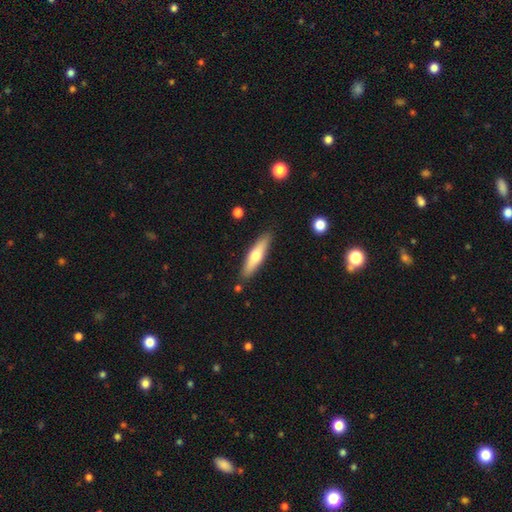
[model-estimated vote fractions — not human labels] Smooth or featured?
  - smooth: 54% *
  - featured or disk: 41%
  - star or artifact: 5%
How rounded?
  - cigar-shaped: 74% *
  - in between: 24%
  - round: 2%
Merging?
  - none: 87% *
  - minor disturbance: 9%
  - merger: 2%
  - major disturbance: 2%